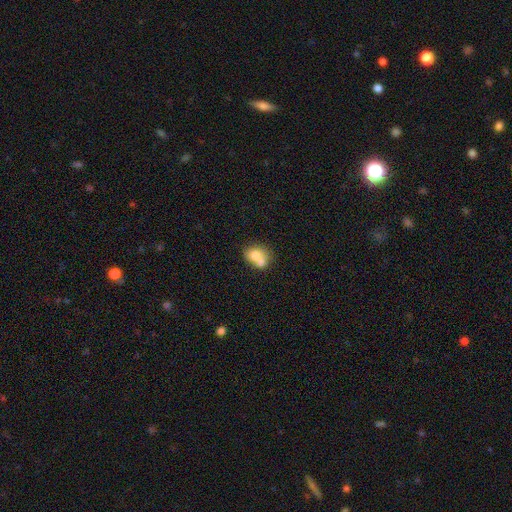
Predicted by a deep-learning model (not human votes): Smooth or featured? Predicted: smooth (p=0.70). How rounded? Predicted: round (p=0.57). Merging? Predicted: merger (p=0.62).